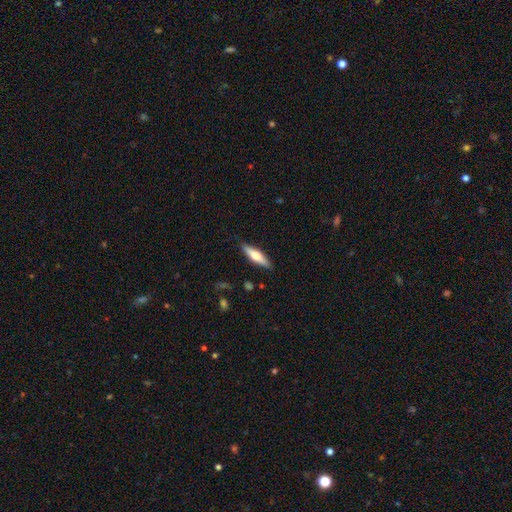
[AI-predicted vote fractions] Q: Smooth or featured?
A: smooth (55%); runner-up: featured or disk (39%)
Q: How rounded?
A: cigar-shaped (69%); runner-up: in between (29%)
Q: Merging?
A: none (88%); runner-up: minor disturbance (9%)